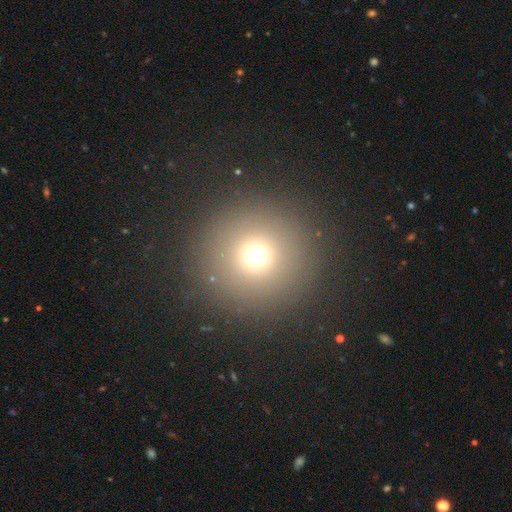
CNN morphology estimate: This is likely a smooth galaxy (69%). How rounded: clearly round (96%). Merging: clearly none (88%).